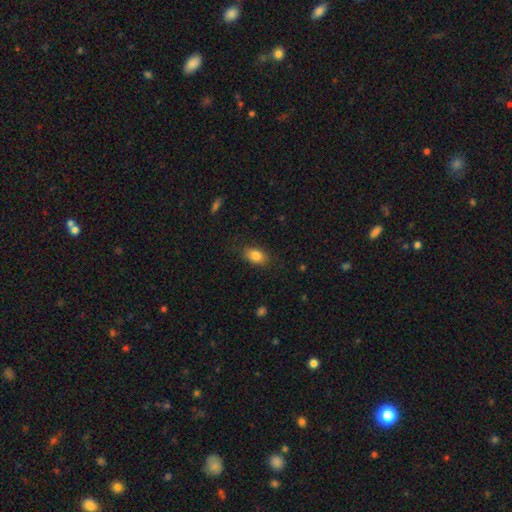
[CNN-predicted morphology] smooth_or_featured: smooth (p=0.84) [alt: star or artifact p=0.08]
how_rounded: in between (p=0.87) [alt: round p=0.11]
merging: none (p=0.83) [alt: minor disturbance p=0.12]